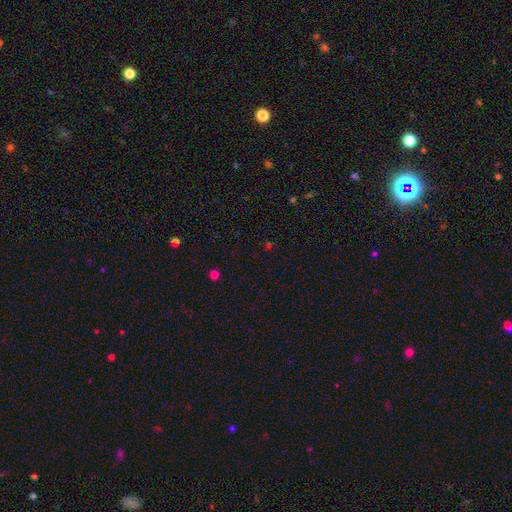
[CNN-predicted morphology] A star or artifact, not a galaxy (59%).